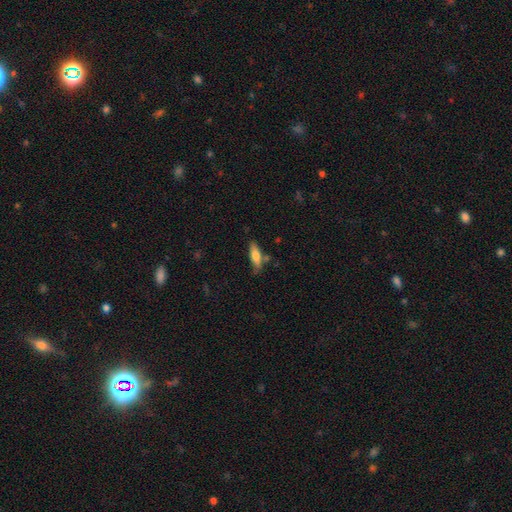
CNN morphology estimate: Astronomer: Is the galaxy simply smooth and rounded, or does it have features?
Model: smooth — 69%.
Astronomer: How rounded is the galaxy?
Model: cigar-shaped — 55% (runner-up: in between, 43%).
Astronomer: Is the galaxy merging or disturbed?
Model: none — 67%.